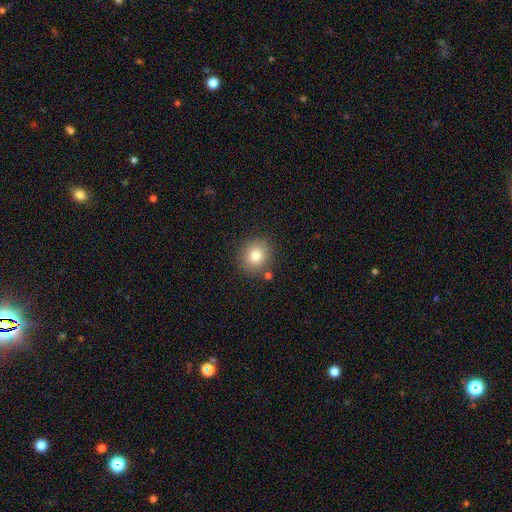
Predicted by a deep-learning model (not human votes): Smooth or featured?
  - smooth: 80% *
  - star or artifact: 11%
  - featured or disk: 9%
How rounded?
  - round: 82% *
  - in between: 18%
  - cigar-shaped: 1%
Merging?
  - none: 84% *
  - minor disturbance: 9%
  - merger: 5%
  - major disturbance: 3%